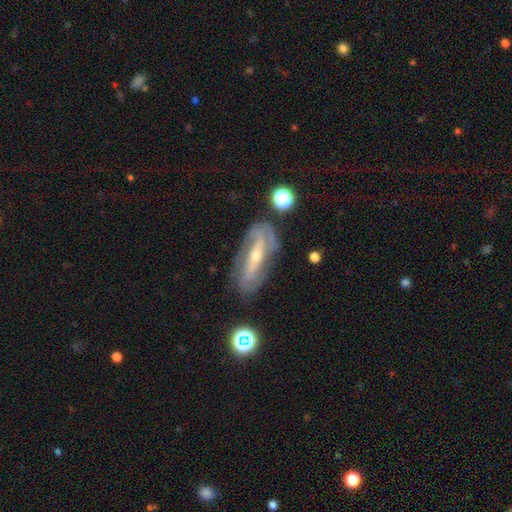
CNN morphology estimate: This is likely a featured or disk galaxy (78%). It is clearly not viewed edge-on (81%). Bar: possibly strong (48%). Spiral arm pattern: clearly yes (84%). Spiral arm count: possibly 2 (60%). Spiral winding: marginally tight (42%). Central bulge: possibly small (58%). Merging: likely none (69%).